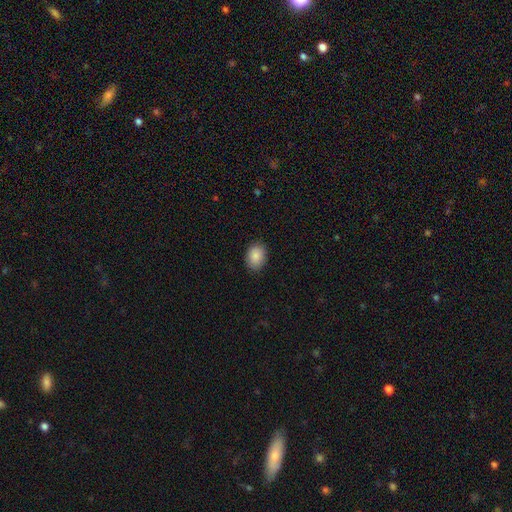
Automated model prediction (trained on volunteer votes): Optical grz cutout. It shows a smooth galaxy with no disk features (88%) that is in between round and cigar-shaped (77%). Merging: none (87%).